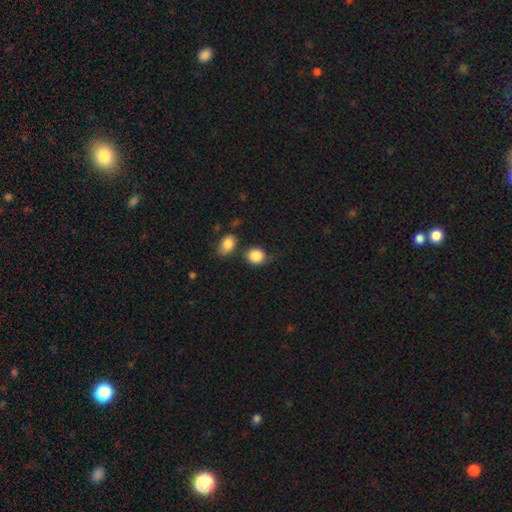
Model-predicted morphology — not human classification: This appears to be a smooth galaxy with no disk features (87%) that is round (75%). Merging: none (61%).